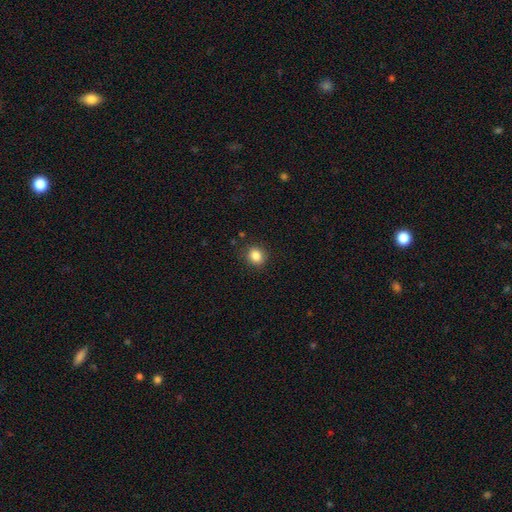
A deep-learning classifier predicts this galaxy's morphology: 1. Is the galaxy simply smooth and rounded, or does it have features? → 85% smooth, 10% star or artifact, 4% featured or disk.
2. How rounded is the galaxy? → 69% round, 30% in between, 1% cigar-shaped.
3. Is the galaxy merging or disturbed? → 87% none, 9% minor disturbance, 3% major disturbance, 1% merger.